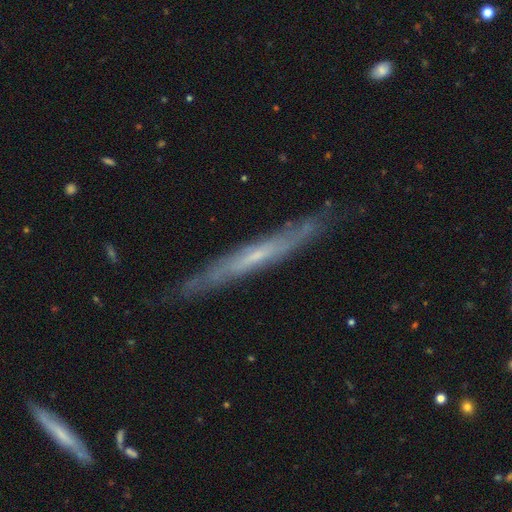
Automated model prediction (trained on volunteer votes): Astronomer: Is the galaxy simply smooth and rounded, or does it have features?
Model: featured or disk — 68%.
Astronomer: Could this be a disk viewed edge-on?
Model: yes — 82%.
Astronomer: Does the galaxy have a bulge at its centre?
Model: none — 71%.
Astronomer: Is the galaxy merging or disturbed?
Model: none — 82%.